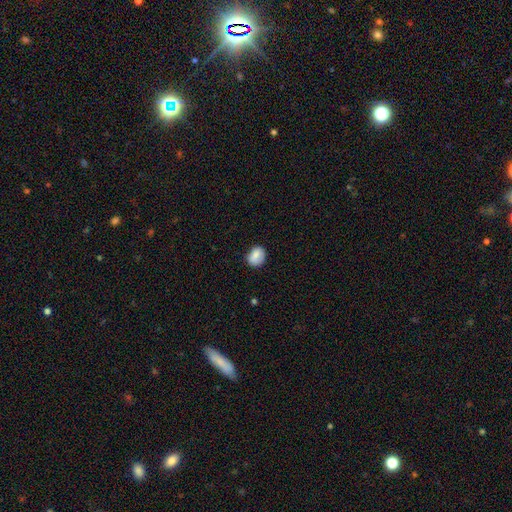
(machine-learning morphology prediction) This appears to be a smooth galaxy with no disk features (81%) that is round (56%). Merging: none (77%).